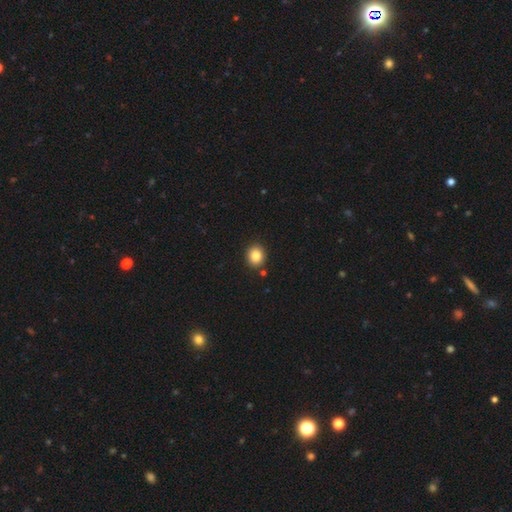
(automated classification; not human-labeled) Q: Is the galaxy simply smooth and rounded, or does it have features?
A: smooth — 85%.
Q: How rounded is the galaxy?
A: round — 74%.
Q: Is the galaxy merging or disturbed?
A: none — 88%.